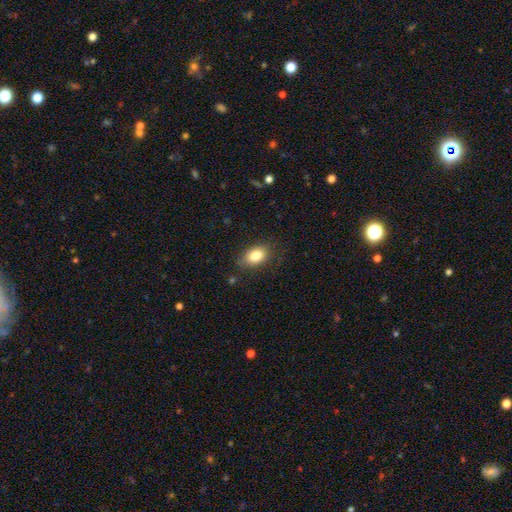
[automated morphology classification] Overall: smooth (83%). How rounded: in between (85%). Merging: none (80%).